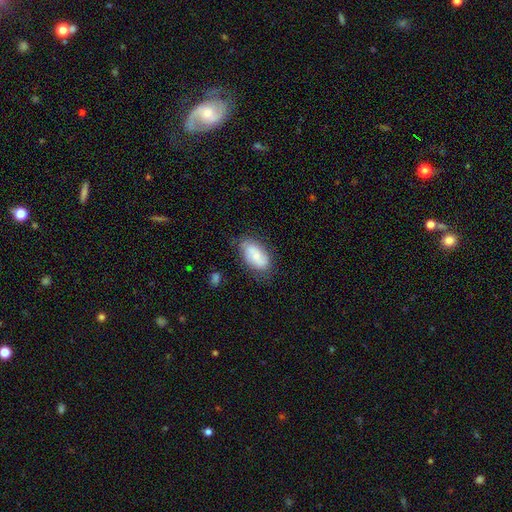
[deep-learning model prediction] The model was most divided on "smooth or featured": smooth: 65%, featured or disk: 27%, star or artifact: 7%. More confident: how rounded — in between (93%); merging — none (69%).